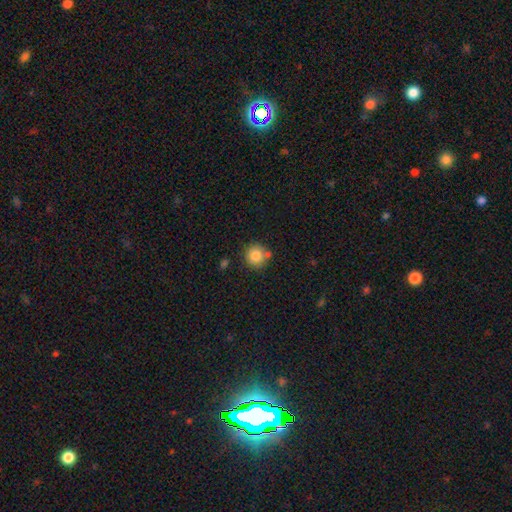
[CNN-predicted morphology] This is clearly a smooth galaxy (83%). How rounded: clearly round (93%). Merging: likely none (76%).